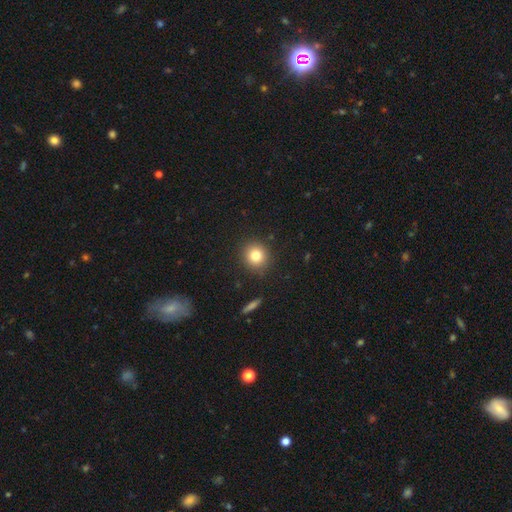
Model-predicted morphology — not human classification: Smooth or featured? smooth (80%)
How rounded? round (90%)
Merging? none (89%)